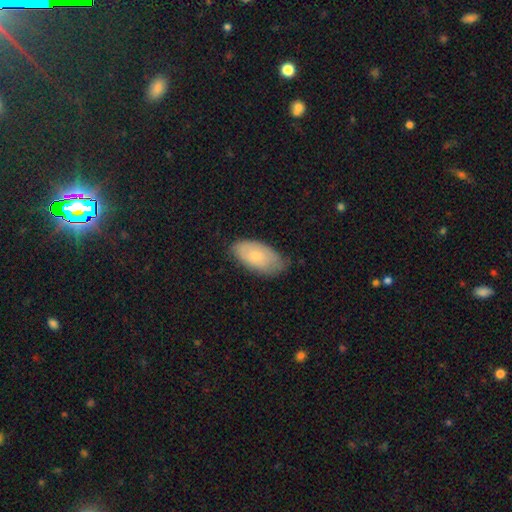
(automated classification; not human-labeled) Q: Smooth or featured?
A: smooth (71%); runner-up: featured or disk (23%)
Q: How rounded?
A: in between (94%); runner-up: cigar-shaped (3%)
Q: Merging?
A: none (68%); runner-up: minor disturbance (26%)